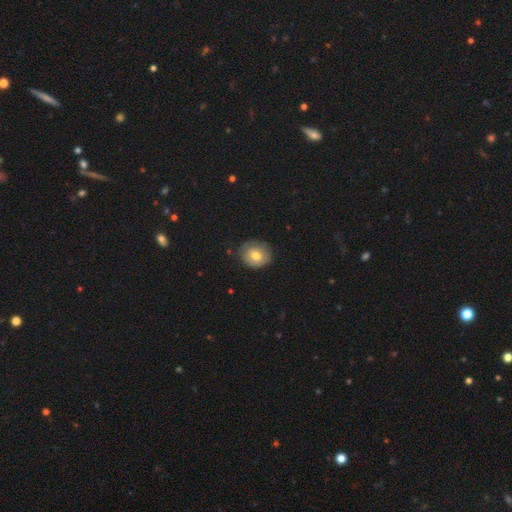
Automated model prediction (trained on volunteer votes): smooth-or-featured: smooth: 68% | featured or disk: 25% | star or artifact: 8%
  how-rounded: round: 73% | in between: 26% | cigar-shaped: 1%
  merging: none: 72% | minor disturbance: 22% | major disturbance: 5% | merger: 1%